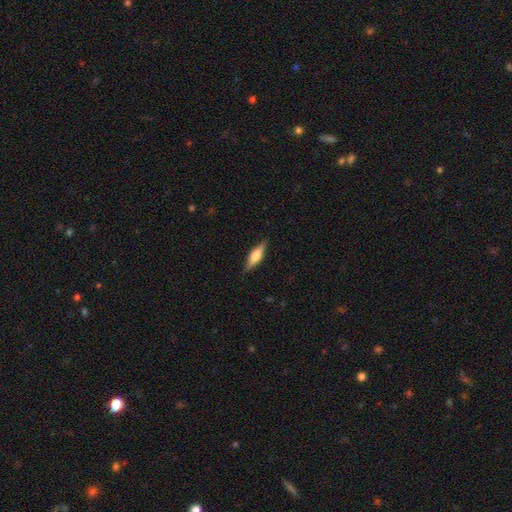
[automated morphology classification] Smooth or featured?
  - featured or disk: 51% *
  - smooth: 42%
  - star or artifact: 6%
Edge-on disk?
  - yes: 95% *
  - no: 5%
Merging?
  - none: 87% *
  - minor disturbance: 10%
  - major disturbance: 2%
  - merger: 1%